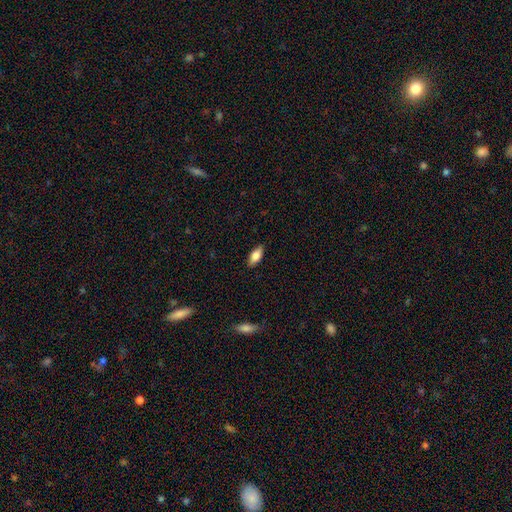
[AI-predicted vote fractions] Smooth or featured? smooth (80%)
How rounded? in between (83%)
Merging? none (87%)